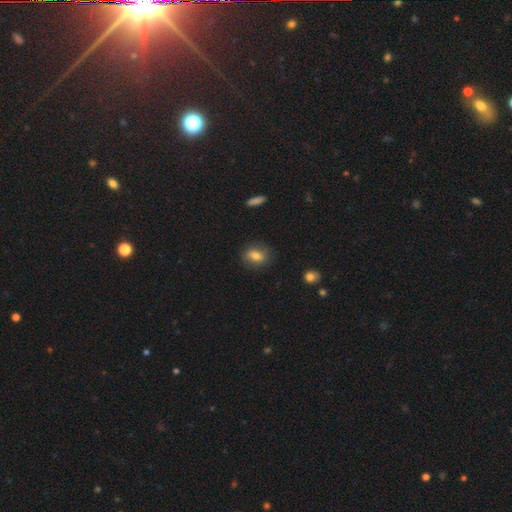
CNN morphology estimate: A smooth galaxy with no disk features (76%) that is in between round and cigar-shaped (58%).

Vote fractions:
- Smooth or featured? smooth: 76% / featured or disk: 15% / star or artifact: 9%
- How rounded? in between: 58% / round: 40% / cigar-shaped: 3%
- Merging? none: 83% / minor disturbance: 12% / major disturbance: 3% / merger: 1%